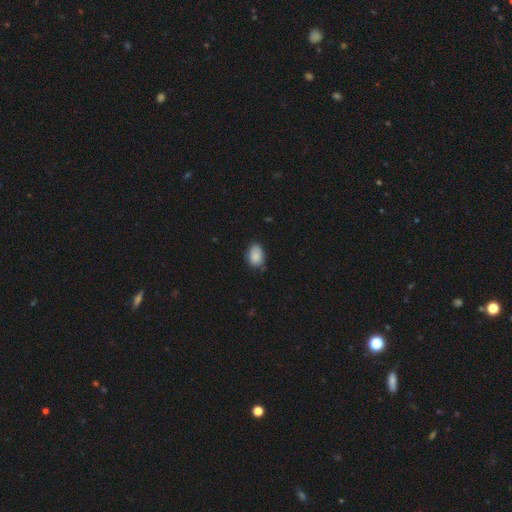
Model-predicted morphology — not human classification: This is clearly a smooth galaxy (87%). How rounded: clearly in between (81%). Merging: likely none (64%).